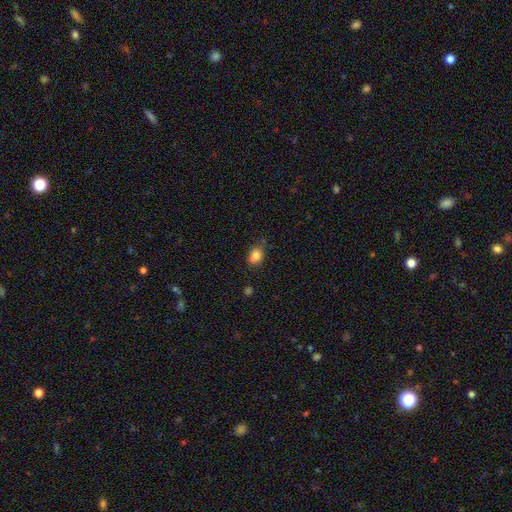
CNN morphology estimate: This is clearly a smooth galaxy (84%). How rounded: likely in between (62%). Merging: likely none (67%).